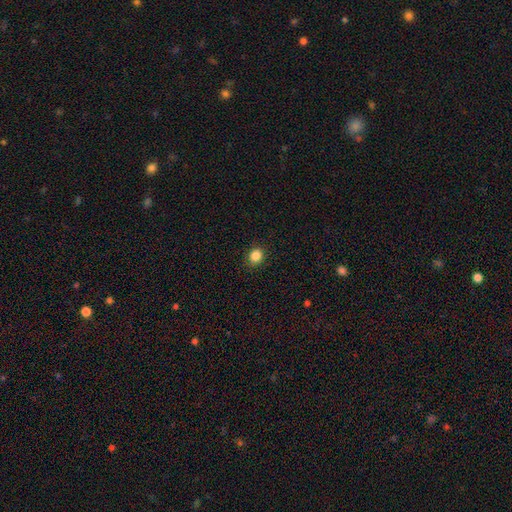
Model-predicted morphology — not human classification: The model was most divided on "how rounded": round: 76%, in between: 23%, cigar-shaped: 1%. More confident: merging — none (90%); smooth or featured — smooth (84%).